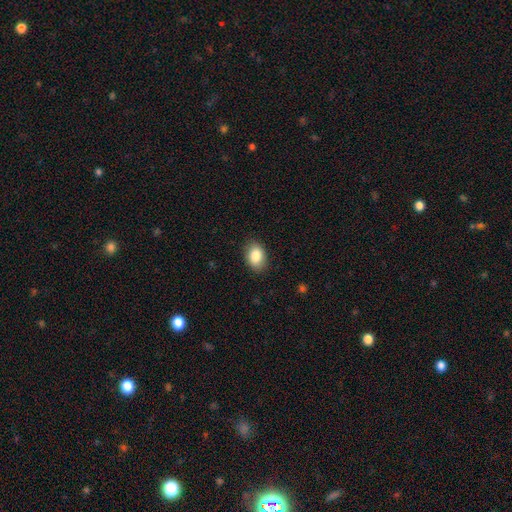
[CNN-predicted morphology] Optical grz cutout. It shows a smooth galaxy with no disk features (85%) that is in between round and cigar-shaped (80%). Merging: none (86%).